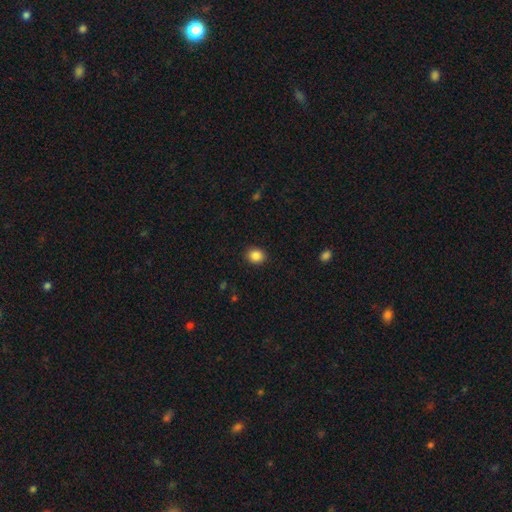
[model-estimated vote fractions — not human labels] A smooth galaxy with no disk features (87%) that is round (73%).

Vote fractions:
- Smooth or featured? smooth: 87% / star or artifact: 9% / featured or disk: 3%
- How rounded? round: 73% / in between: 26% / cigar-shaped: 1%
- Merging? none: 90% / minor disturbance: 7% / major disturbance: 2% / merger: 1%